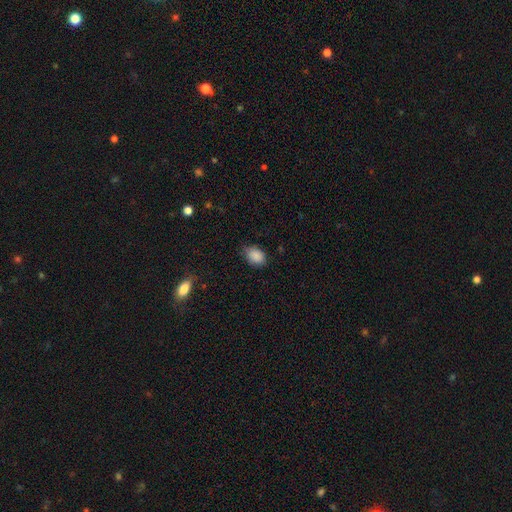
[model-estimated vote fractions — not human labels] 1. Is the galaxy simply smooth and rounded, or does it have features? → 88% smooth, 8% star or artifact, 4% featured or disk.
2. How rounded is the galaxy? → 77% in between, 22% round, 1% cigar-shaped.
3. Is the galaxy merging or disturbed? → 73% none, 22% minor disturbance, 4% major disturbance, 1% merger.